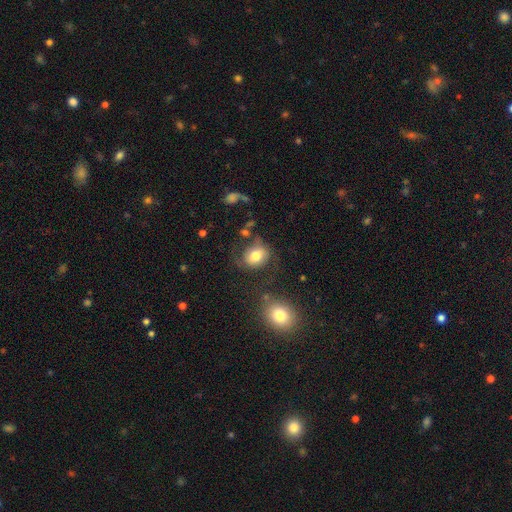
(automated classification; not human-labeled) The model was most divided on "how rounded": round: 53%, in between: 46%, cigar-shaped: 1%. More confident: smooth or featured — smooth (71%); merging — none (60%).